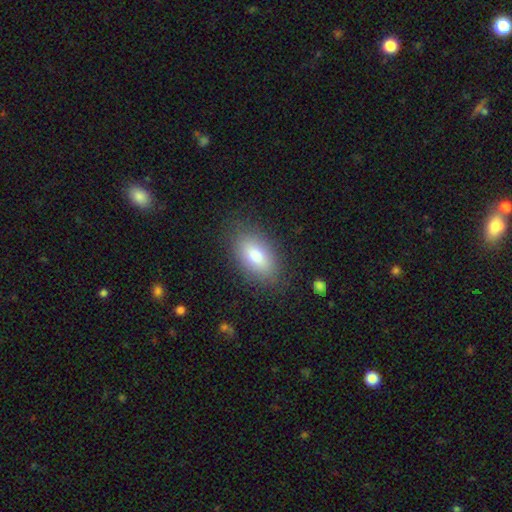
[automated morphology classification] This appears to be a smooth galaxy with no disk features (75%) that is in between round and cigar-shaped (89%). Merging: none (84%).